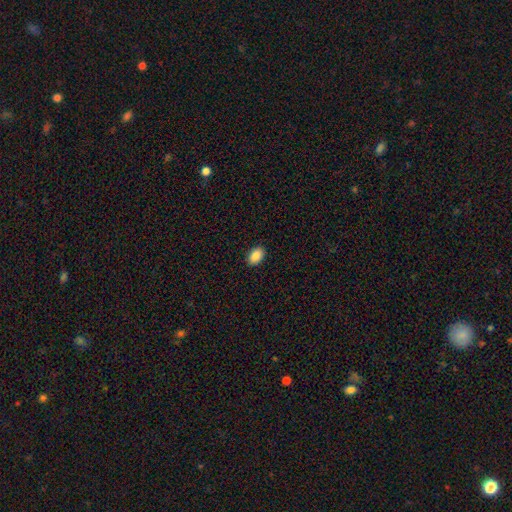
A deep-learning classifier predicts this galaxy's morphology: This appears to be a smooth galaxy with no disk features (89%) that is in between round and cigar-shaped (89%). Merging: none (90%).